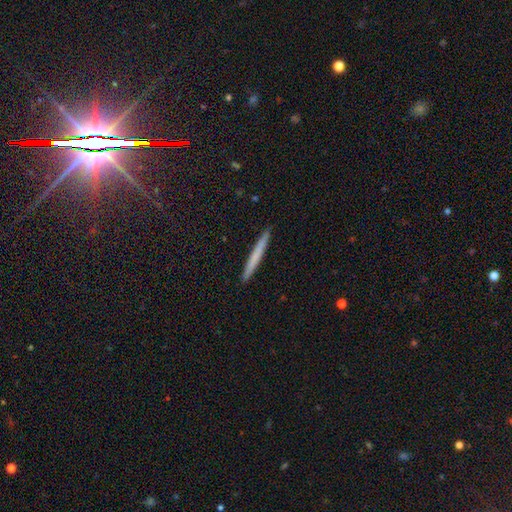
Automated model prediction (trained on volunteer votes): A smooth galaxy with no disk features (60%) that is cigar-shaped (97%). Merging: none (93%).